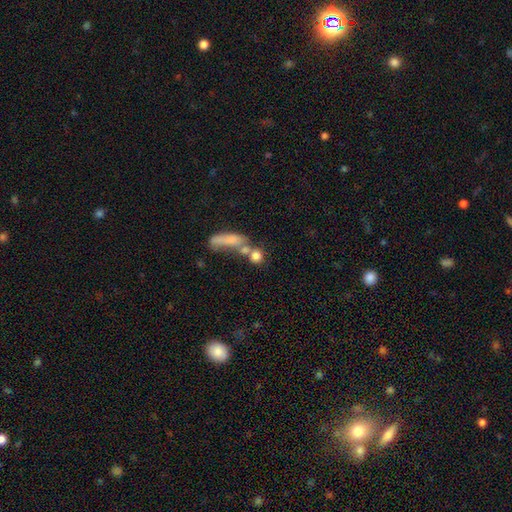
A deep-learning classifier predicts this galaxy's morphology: This appears to be a smooth galaxy with no disk features (75%) that is round (68%). Merging: merger (41%, tied with none).